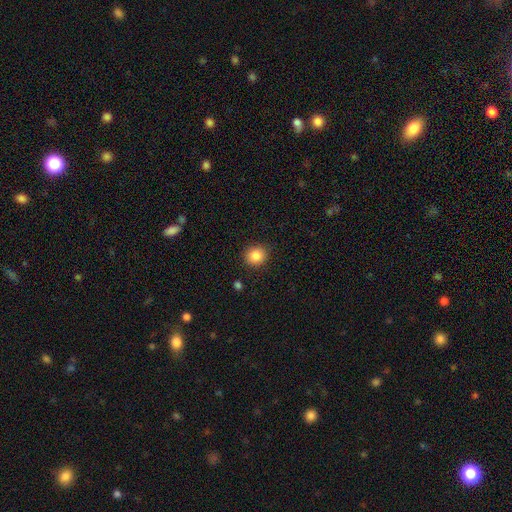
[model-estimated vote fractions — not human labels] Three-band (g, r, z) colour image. It shows a smooth galaxy with no disk features (85%) that is round (82%). Merging: none (88%).